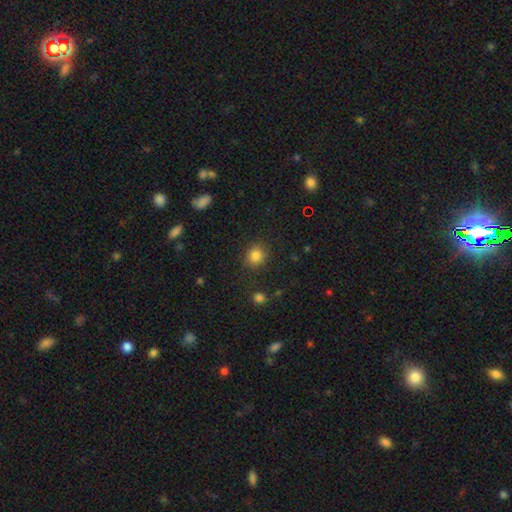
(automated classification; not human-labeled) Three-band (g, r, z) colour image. It shows a smooth galaxy with no disk features (84%) that is round (80%). Merging: none (88%).